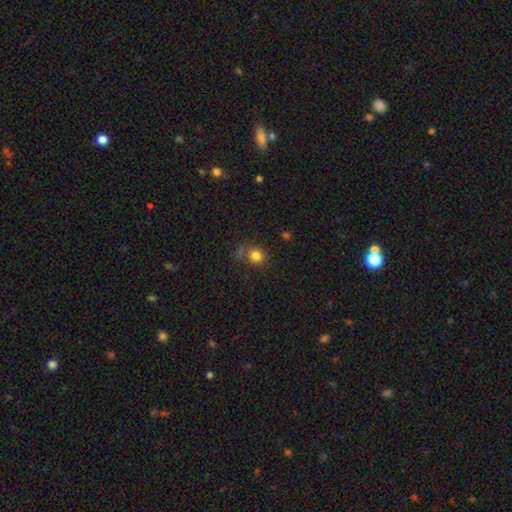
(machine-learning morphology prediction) Q: Smooth or featured?
A: smooth (81%); runner-up: star or artifact (13%)
Q: How rounded?
A: round (80%); runner-up: in between (19%)
Q: Merging?
A: none (63%); runner-up: minor disturbance (20%)